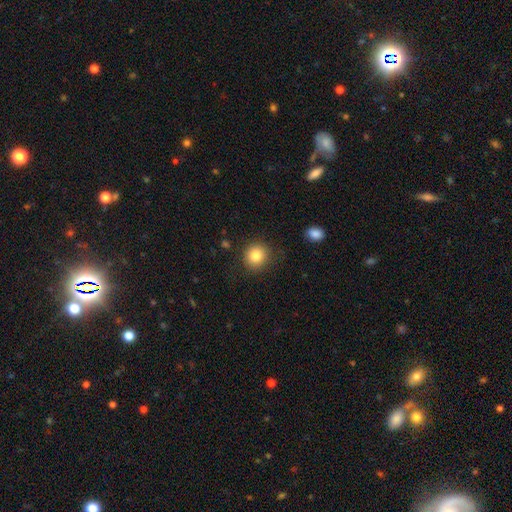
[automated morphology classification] A smooth galaxy with no disk features (84%) that is round (89%). Merging: none (87%).